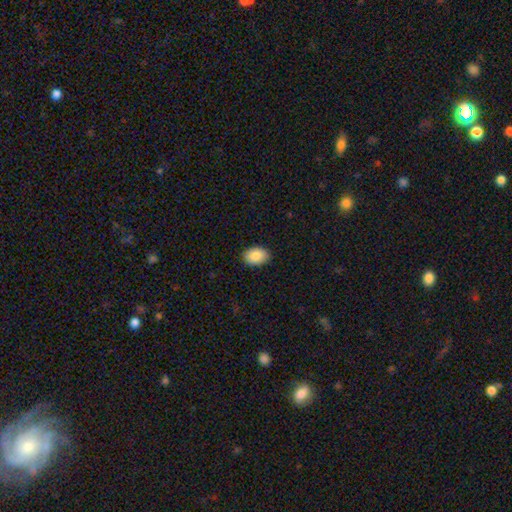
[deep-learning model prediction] Smooth or featured?
  - smooth: 89% *
  - star or artifact: 7%
  - featured or disk: 4%
How rounded?
  - in between: 85% *
  - round: 14%
  - cigar-shaped: 1%
Merging?
  - none: 88% *
  - minor disturbance: 10%
  - major disturbance: 2%
  - merger: 1%